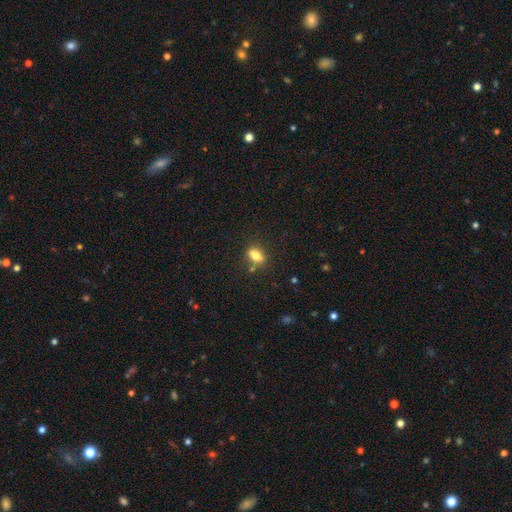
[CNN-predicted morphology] Q: Smooth or featured?
A: smooth (71%); runner-up: featured or disk (18%)
Q: How rounded?
A: in between (71%); runner-up: round (23%)
Q: Merging?
A: none (61%); runner-up: merger (19%)